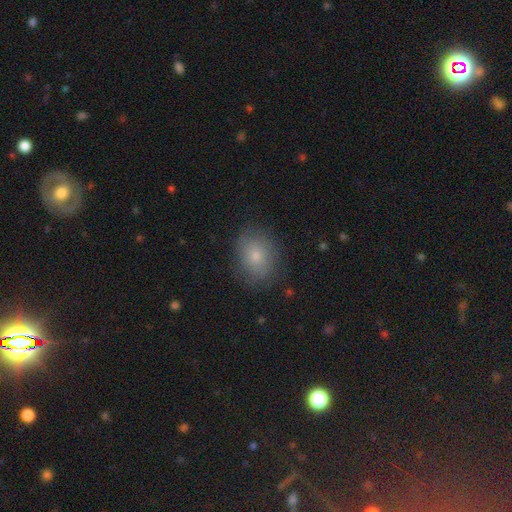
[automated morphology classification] smooth-or-featured: smooth: 76% | featured or disk: 15% | star or artifact: 10%
  how-rounded: in between: 57% | round: 42% | cigar-shaped: 1%
  merging: none: 80% | minor disturbance: 14% | major disturbance: 4% | merger: 1%